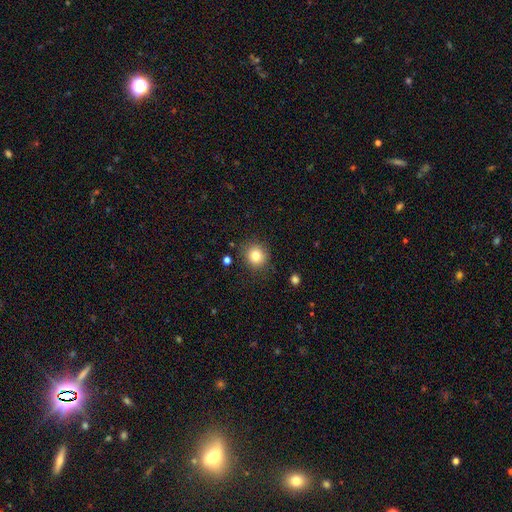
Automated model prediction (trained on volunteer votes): A smooth galaxy with no disk features (81%) that is round (87%).

Vote fractions:
- Smooth or featured? smooth: 81% / star or artifact: 11% / featured or disk: 8%
- How rounded? round: 87% / in between: 12% / cigar-shaped: 1%
- Merging? none: 86% / minor disturbance: 9% / major disturbance: 3% / merger: 2%